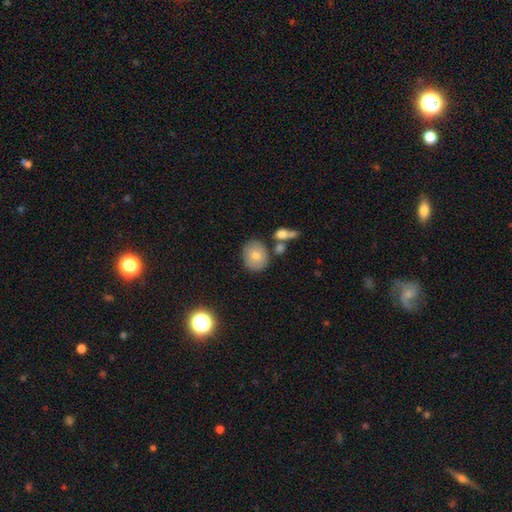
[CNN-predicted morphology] Smooth or featured? smooth (76%)
How rounded? round (63%)
Merging? none (74%)